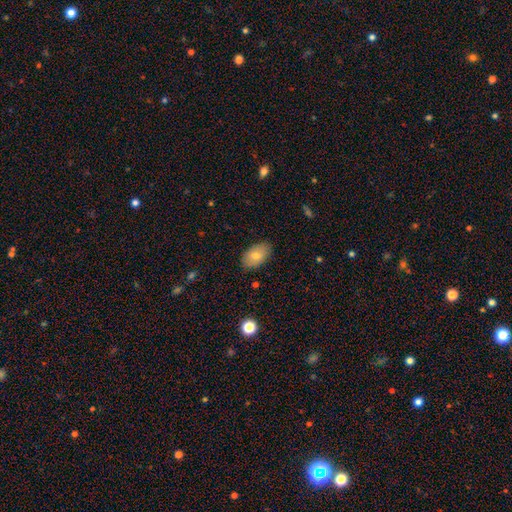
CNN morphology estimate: The model was most divided on "smooth or featured": smooth: 75%, featured or disk: 17%, star or artifact: 8%. More confident: how rounded — in between (92%); merging — none (85%).